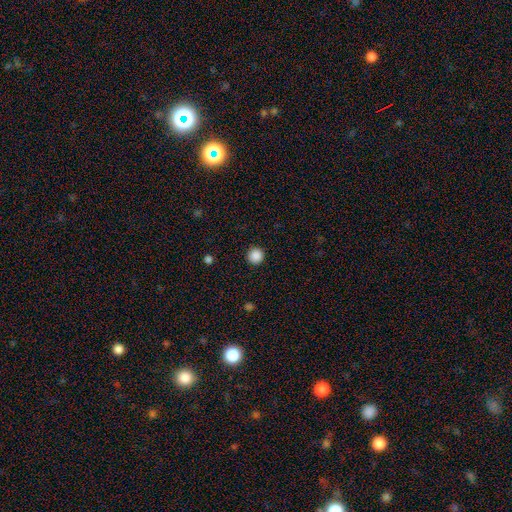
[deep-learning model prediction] A smooth galaxy with no disk features (88%) that is round (95%). Merging: none (93%).